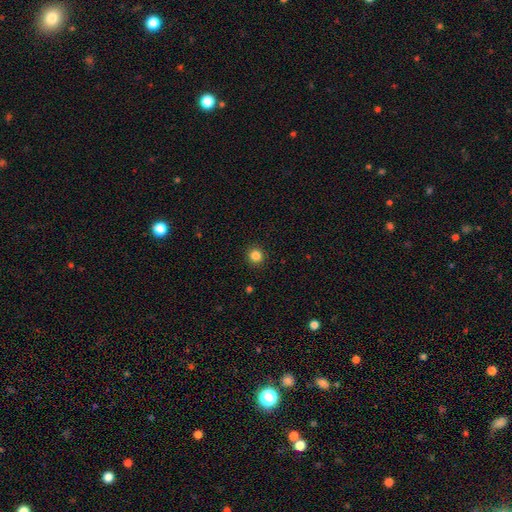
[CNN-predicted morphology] smooth 85%, star or artifact 12%, featured or disk 3%. Down the decision tree: how rounded — round (93%); merging — none (92%).